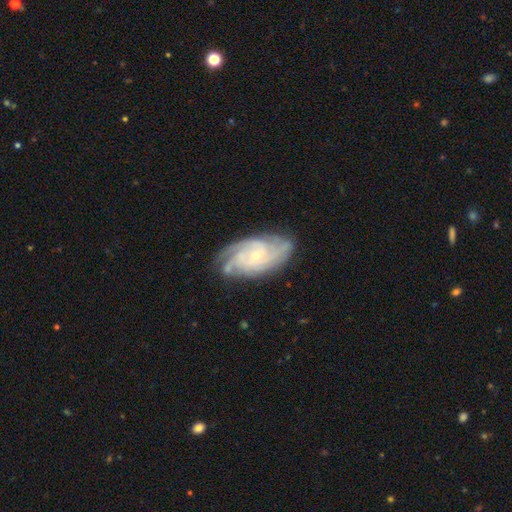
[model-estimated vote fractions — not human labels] This appears to be a featured or disk galaxy (86%) with no bar (69%), 4 (27%) tight (66%) spiral arms (97%) and a small central bulge (74%). Merging: none (75%).